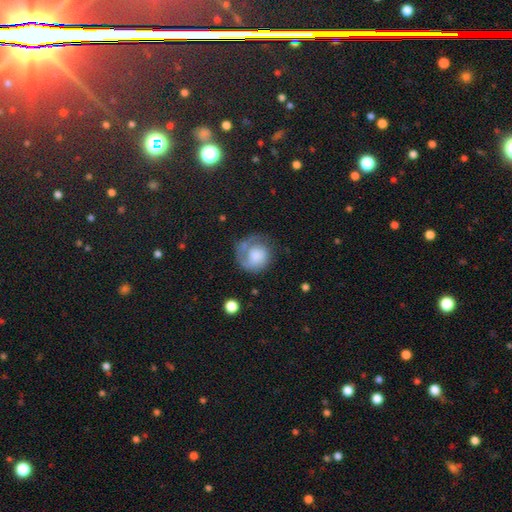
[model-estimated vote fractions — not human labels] smooth_or_featured: featured or disk (p=0.47) [alt: smooth p=0.45]
merging: none (p=0.50) [alt: major disturbance p=0.25]